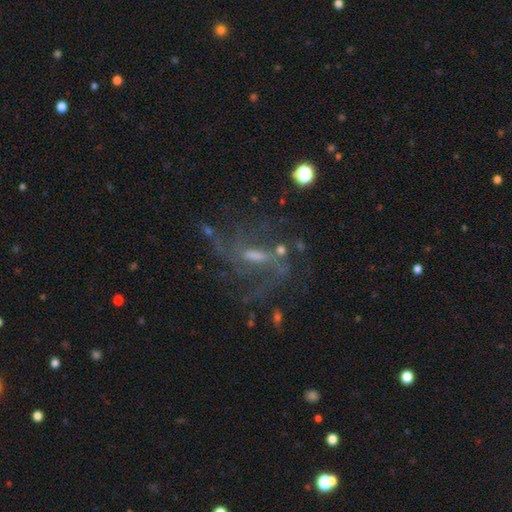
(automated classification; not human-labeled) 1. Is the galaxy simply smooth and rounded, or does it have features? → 78% featured or disk, 13% star or artifact, 10% smooth.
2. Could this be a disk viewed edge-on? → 92% no, 8% yes.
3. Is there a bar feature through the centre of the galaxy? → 51% weak, 28% strong, 21% no.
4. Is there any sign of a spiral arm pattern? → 87% yes, 13% no.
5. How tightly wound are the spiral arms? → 44% medium, 36% loose, 20% tight.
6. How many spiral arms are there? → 35% can't tell, 21% 2, 19% 3, 13% 4, 7% more than 4, 6% 1.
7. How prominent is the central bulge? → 40% moderate, 33% small, 20% none, 6% large, 1% dominant.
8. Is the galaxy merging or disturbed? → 57% none, 22% major disturbance, 17% minor disturbance, 4% merger.